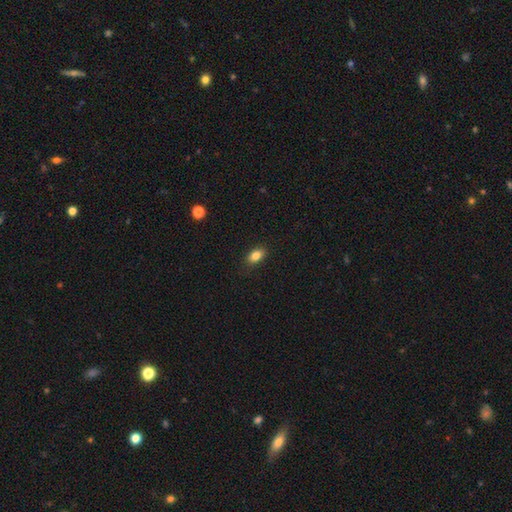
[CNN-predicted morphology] Q: Smooth or featured?
A: smooth (83%); runner-up: star or artifact (9%)
Q: How rounded?
A: in between (85%); runner-up: round (13%)
Q: Merging?
A: none (87%); runner-up: minor disturbance (10%)